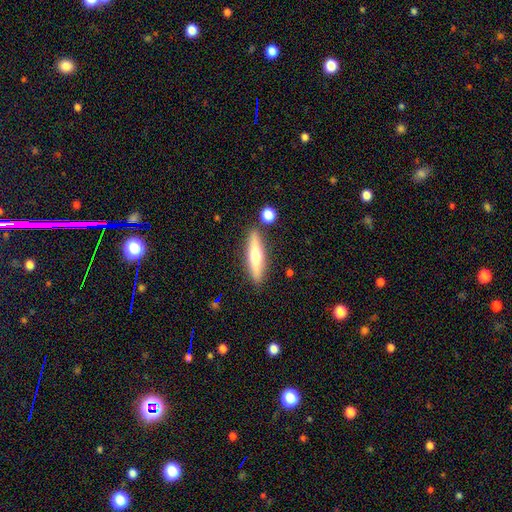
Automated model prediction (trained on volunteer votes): Smooth or featured: smooth — 48% (featured or disk — 46%)
Merging: none — 85% (minor disturbance — 9%)